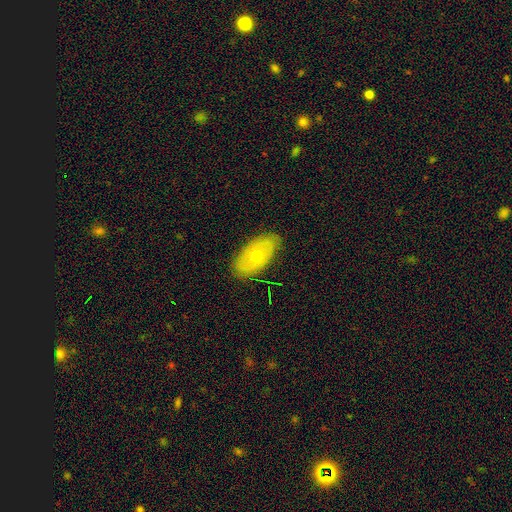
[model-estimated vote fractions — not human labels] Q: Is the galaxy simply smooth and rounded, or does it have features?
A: smooth — 48%.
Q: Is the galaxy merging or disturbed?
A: none — 80%.